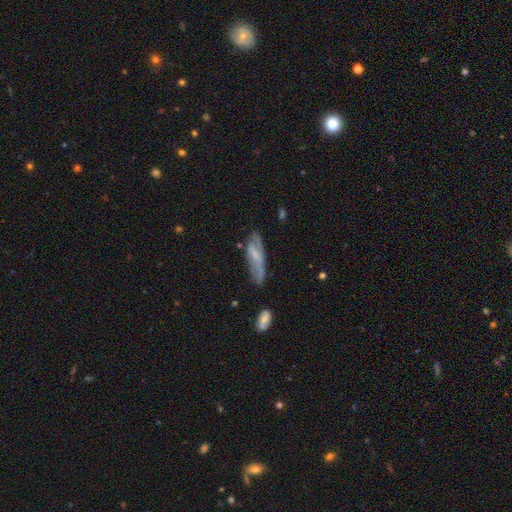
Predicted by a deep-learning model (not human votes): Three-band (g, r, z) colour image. It shows a featured or disk galaxy (50%). Merging: none (58%).